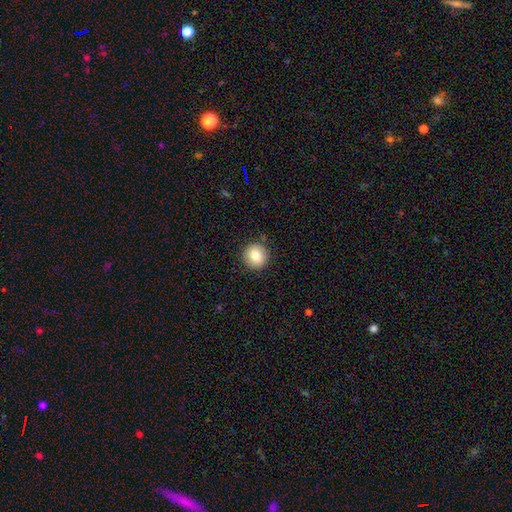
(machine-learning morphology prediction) Smooth or featured? Predicted: smooth (p=0.82). How rounded? Predicted: round (p=0.93). Merging? Predicted: none (p=0.89).